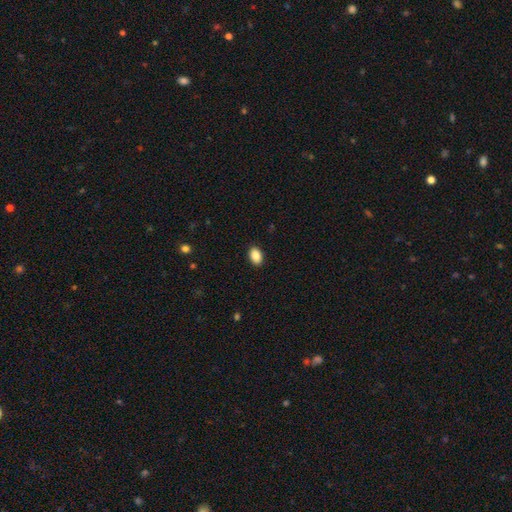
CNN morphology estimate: Q: Smooth or featured?
A: smooth (87%); runner-up: star or artifact (8%)
Q: How rounded?
A: in between (85%); runner-up: round (14%)
Q: Merging?
A: none (90%); runner-up: minor disturbance (7%)